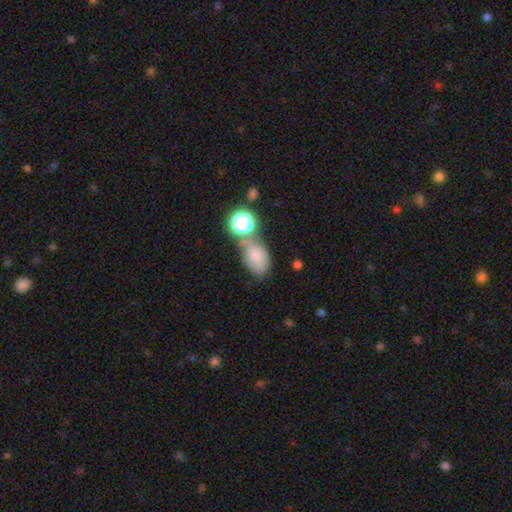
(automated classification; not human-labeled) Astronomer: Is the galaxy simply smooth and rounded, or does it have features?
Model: smooth — 71%.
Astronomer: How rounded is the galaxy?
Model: in between — 79%.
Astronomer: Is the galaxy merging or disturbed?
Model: none — 43% (runner-up: merger, 26%).